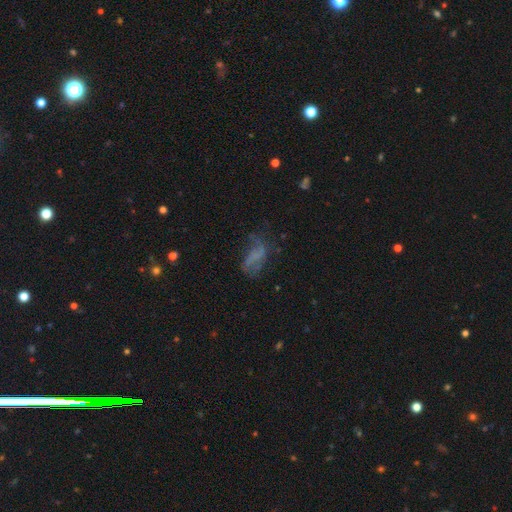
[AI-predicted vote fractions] This appears to be a featured or disk galaxy (47%). Merging: none (42%).